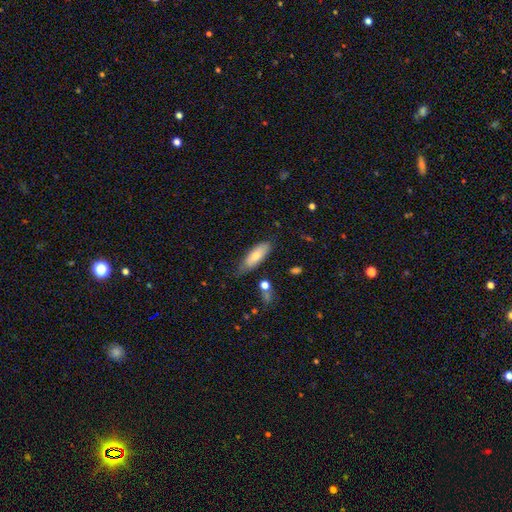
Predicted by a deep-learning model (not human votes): smooth-or-featured: smooth: 72% | featured or disk: 21% | star or artifact: 7%
  how-rounded: in between: 66% | cigar-shaped: 32% | round: 2%
  merging: none: 63% | minor disturbance: 28% | major disturbance: 6% | merger: 3%